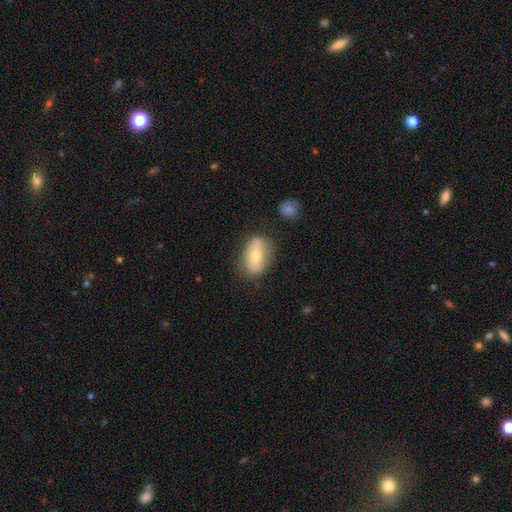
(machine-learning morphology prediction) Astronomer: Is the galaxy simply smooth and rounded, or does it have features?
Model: smooth — 53% (runner-up: featured or disk, 40%).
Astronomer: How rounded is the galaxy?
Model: in between — 87%.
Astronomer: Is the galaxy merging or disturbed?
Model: none — 74%.